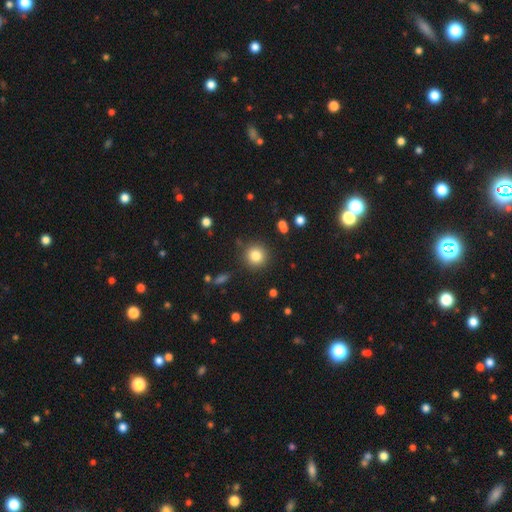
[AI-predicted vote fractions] Smooth or featured? smooth (82%)
How rounded? round (93%)
Merging? none (87%)